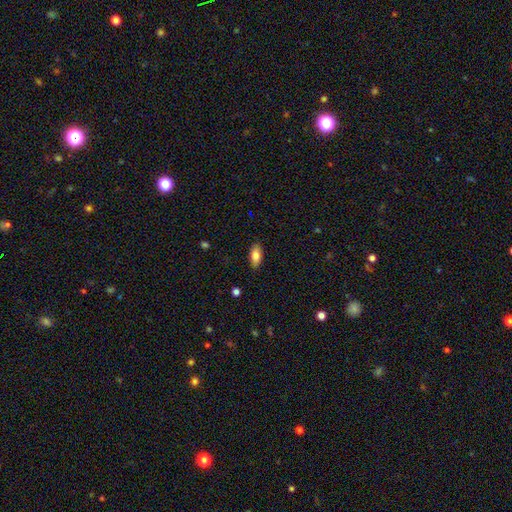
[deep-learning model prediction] Smooth or featured? Predicted: smooth (p=0.81). How rounded? Predicted: in between (p=0.87). Merging? Predicted: none (p=0.87).